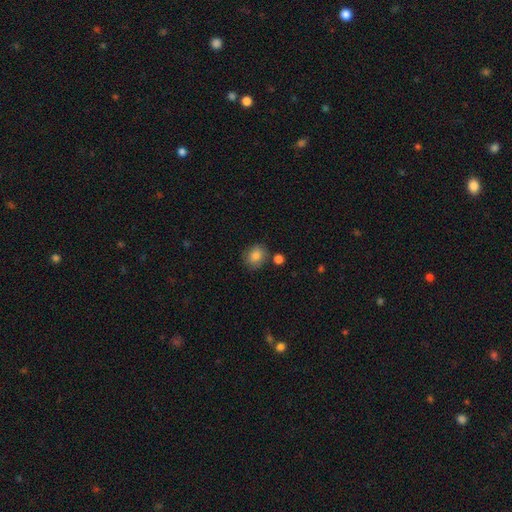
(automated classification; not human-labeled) This is clearly a smooth galaxy (84%). How rounded: likely round (61%). Merging: likely none (77%).